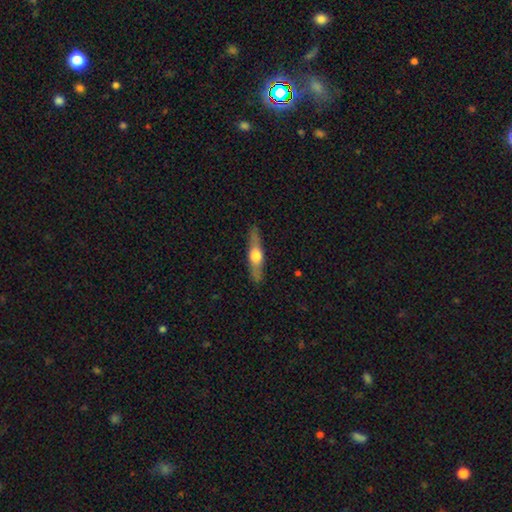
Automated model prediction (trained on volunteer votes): Q: Smooth or featured?
A: featured or disk (57%); runner-up: smooth (37%)
Q: Edge-on disk?
A: yes (92%); runner-up: no (8%)
Q: Edge-on bulge?
A: rounded (94%); runner-up: boxy (3%)
Q: Merging?
A: none (87%); runner-up: minor disturbance (9%)